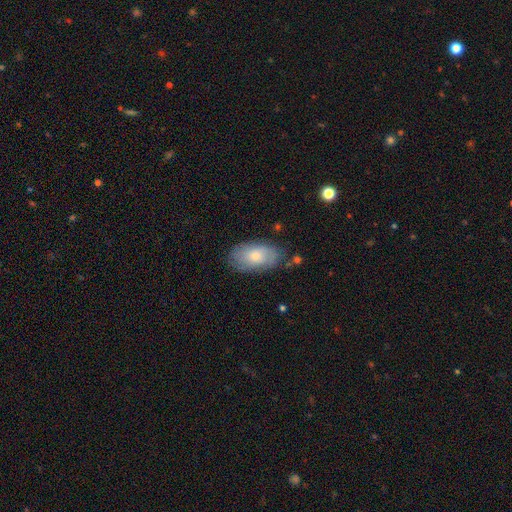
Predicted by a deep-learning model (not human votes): Smooth or featured? smooth (64%)
How rounded? in between (93%)
Merging? none (74%)